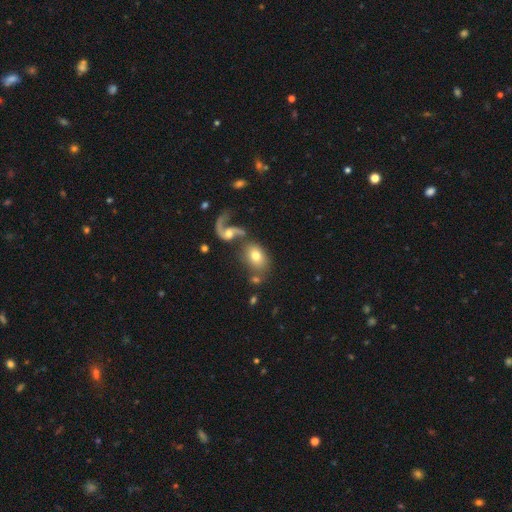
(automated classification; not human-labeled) Morphology: type=smooth (65%); roundness=in between (79%); merging=none (45%).